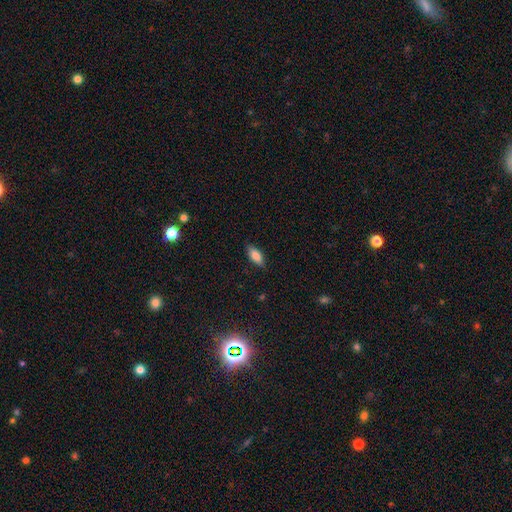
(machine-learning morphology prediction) smooth 81%, featured or disk 12%, star or artifact 7%. Down the decision tree: how rounded — in between (80%); merging — none (85%).